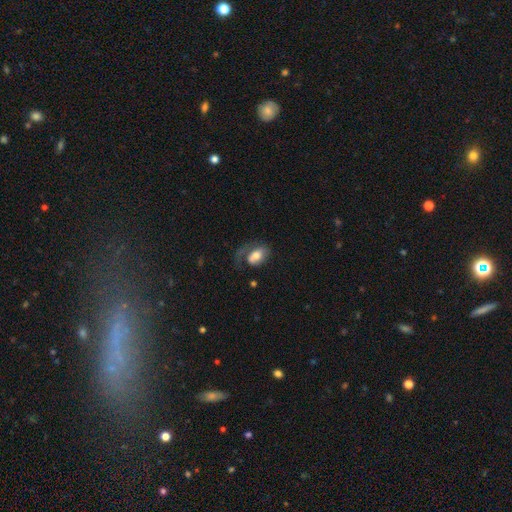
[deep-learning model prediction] Smooth or featured?
  - smooth: 56% *
  - featured or disk: 36%
  - star or artifact: 8%
How rounded?
  - in between: 86% *
  - round: 12%
  - cigar-shaped: 2%
Merging?
  - major disturbance: 41% *
  - none: 33%
  - minor disturbance: 20%
  - merger: 6%